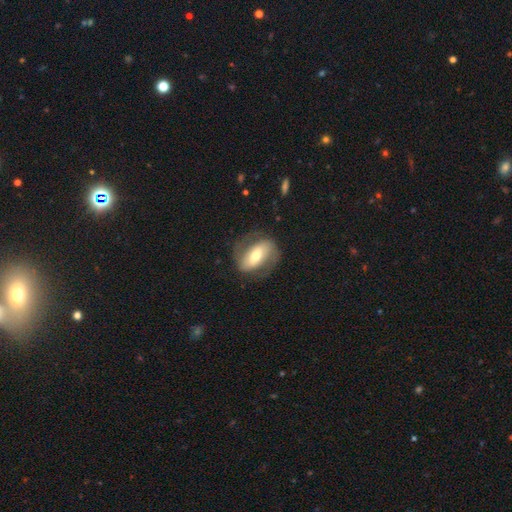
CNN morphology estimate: Smooth or featured? Predicted: featured or disk (p=0.70). Edge-on disk? Predicted: no (p=0.94). Bar? Predicted: strong (p=0.49). Spiral arms? Predicted: yes (p=0.84). Spiral winding? Predicted: medium (p=0.45). Spiral arm count? Predicted: 2 (p=0.88). Bulge size? Predicted: moderate (p=0.61). Merging? Predicted: none (p=0.74).